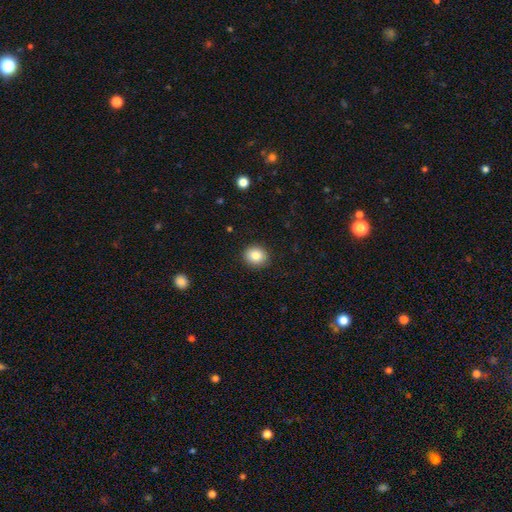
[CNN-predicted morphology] A smooth galaxy with no disk features (85%) that is round (72%). Merging: none (90%).